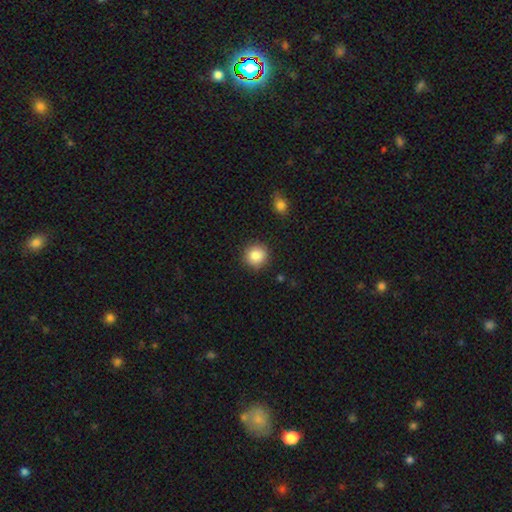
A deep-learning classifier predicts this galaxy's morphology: Smooth or featured?
  - smooth: 86% *
  - star or artifact: 9%
  - featured or disk: 5%
How rounded?
  - round: 93% *
  - in between: 6%
  - cigar-shaped: 1%
Merging?
  - none: 89% *
  - minor disturbance: 7%
  - major disturbance: 2%
  - merger: 1%